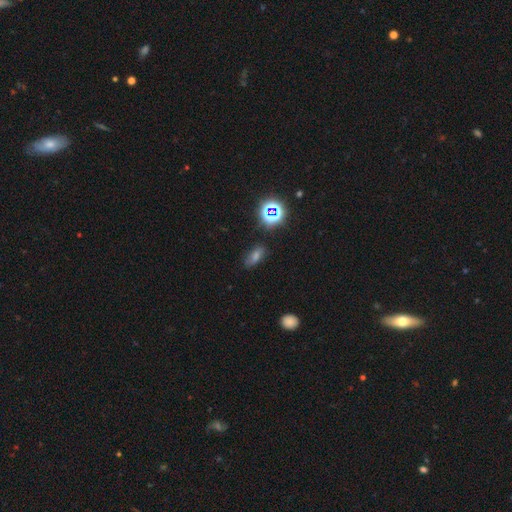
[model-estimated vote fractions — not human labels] Q: Smooth or featured?
A: smooth (47%); runner-up: star or artifact (37%)
Q: Merging?
A: none (80%); runner-up: minor disturbance (13%)